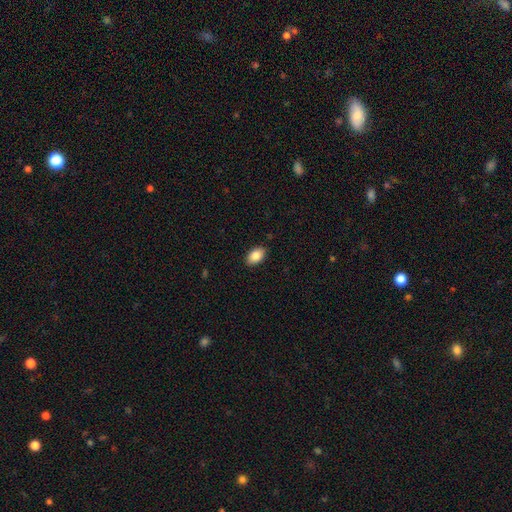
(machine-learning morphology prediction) Smooth or featured?
  - smooth: 86% *
  - star or artifact: 7%
  - featured or disk: 7%
How rounded?
  - in between: 91% *
  - round: 7%
  - cigar-shaped: 1%
Merging?
  - none: 89% *
  - minor disturbance: 8%
  - major disturbance: 2%
  - merger: 1%